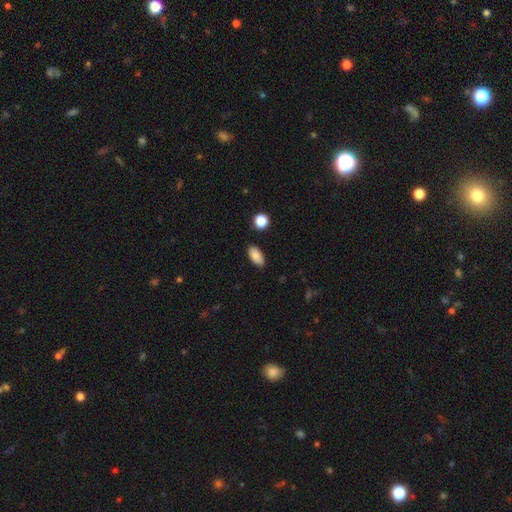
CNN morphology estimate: Q: Smooth or featured?
A: smooth (88%); runner-up: star or artifact (8%)
Q: How rounded?
A: in between (92%); runner-up: cigar-shaped (5%)
Q: Merging?
A: none (87%); runner-up: minor disturbance (9%)